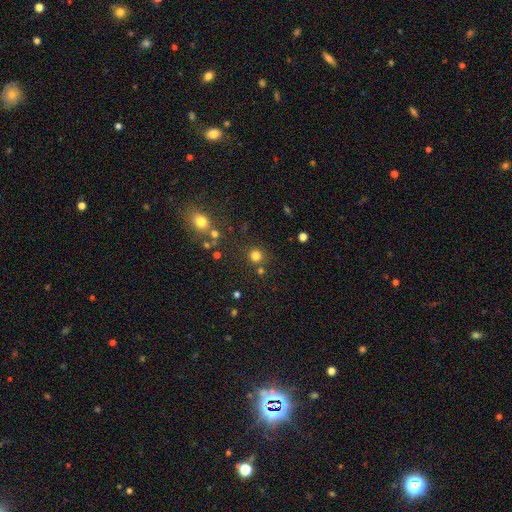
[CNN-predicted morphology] Overall: smooth (78%). How rounded: round (92%). Merging: none (80%).